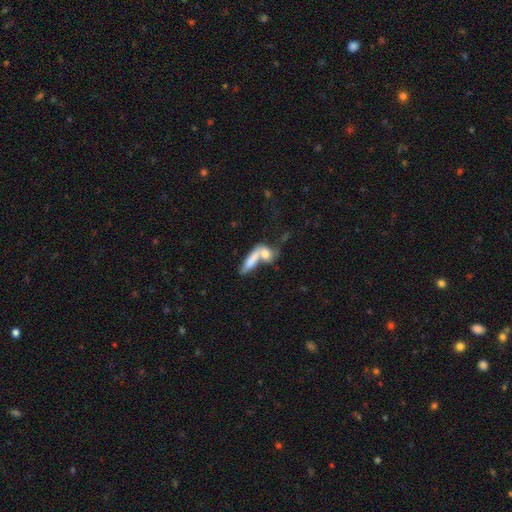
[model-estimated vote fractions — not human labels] This appears to be a smooth galaxy with no disk features (63%) that is cigar-shaped (45%, tied with in between). Merging: merger (59%).